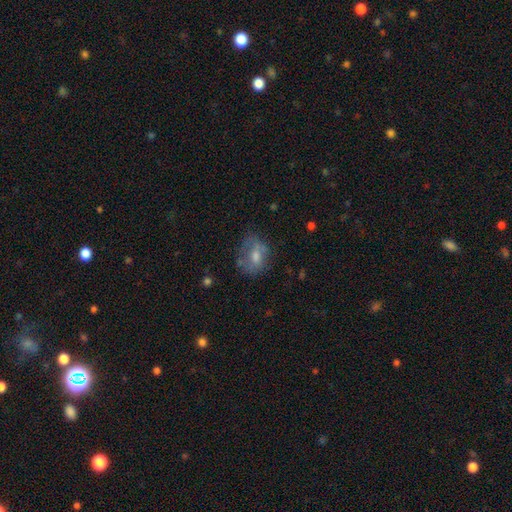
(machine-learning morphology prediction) This appears to be a smooth galaxy with no disk features (49%). Merging: none (54%).